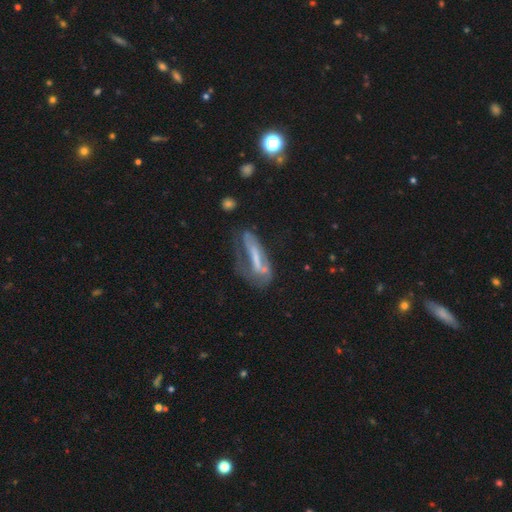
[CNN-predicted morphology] Q: Smooth or featured?
A: featured or disk (55%); runner-up: smooth (34%)
Q: Edge-on disk?
A: no (69%); runner-up: yes (31%)
Q: Merging?
A: major disturbance (36%); runner-up: none (33%)